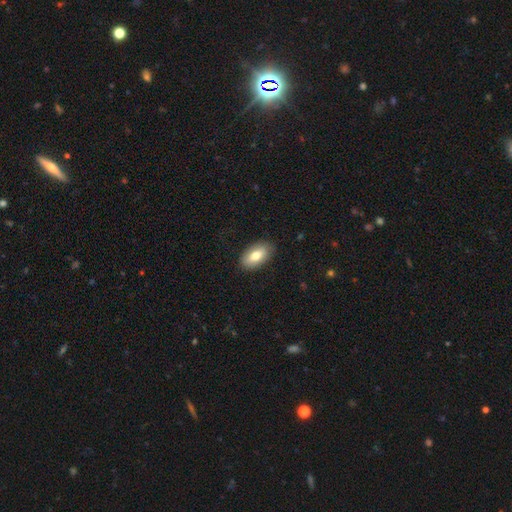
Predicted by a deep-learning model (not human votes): A smooth galaxy with no disk features (76%) that is in between round and cigar-shaped (93%). Merging: none (87%).